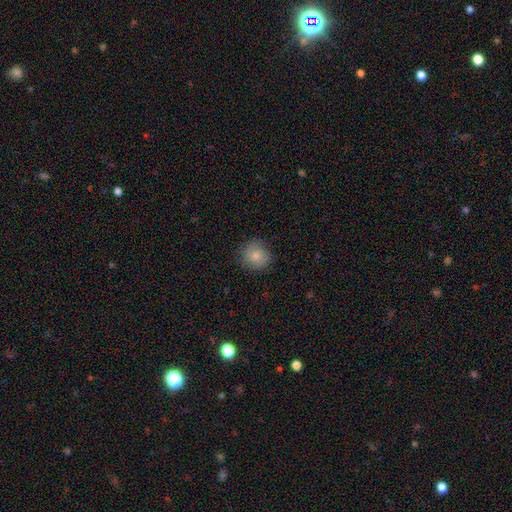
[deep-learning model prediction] Smooth or featured? Predicted: smooth (p=0.78). How rounded? Predicted: round (p=0.87). Merging? Predicted: none (p=0.81).